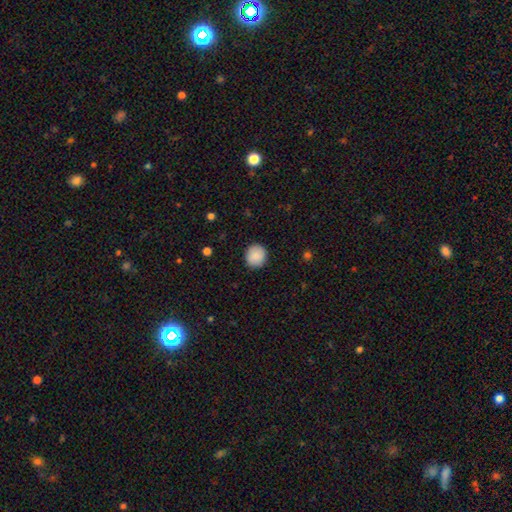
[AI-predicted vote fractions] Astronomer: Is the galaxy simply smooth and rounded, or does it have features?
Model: smooth — 89%.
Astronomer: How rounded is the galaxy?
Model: round — 90%.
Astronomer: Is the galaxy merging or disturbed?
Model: none — 90%.